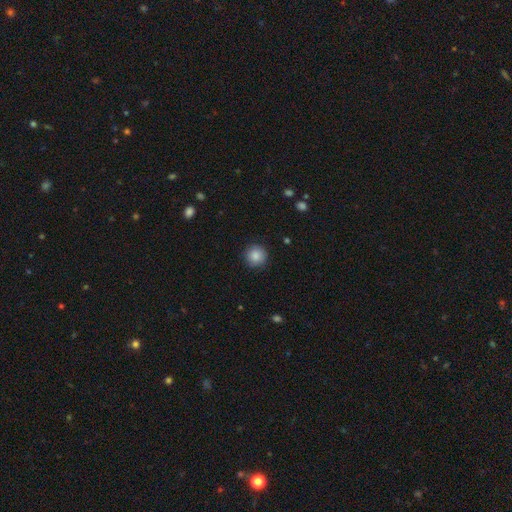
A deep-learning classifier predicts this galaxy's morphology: A smooth galaxy with no disk features (87%) that is round (95%).

Vote fractions:
- Smooth or featured? smooth: 87% / star or artifact: 9% / featured or disk: 5%
- How rounded? round: 95% / in between: 4% / cigar-shaped: 1%
- Merging? none: 90% / minor disturbance: 7% / major disturbance: 2% / merger: 1%